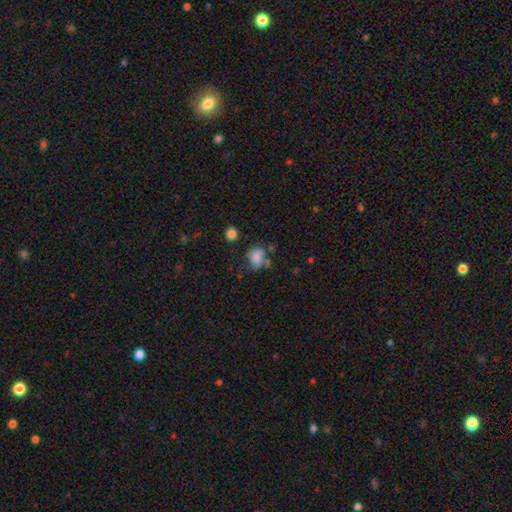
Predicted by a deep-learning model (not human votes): A smooth galaxy with no disk features (66%) that is in between round and cigar-shaped (61%).

Vote fractions:
- Smooth or featured? smooth: 66% / featured or disk: 22% / star or artifact: 12%
- How rounded? in between: 61% / round: 38% / cigar-shaped: 1%
- Merging? none: 41% / minor disturbance: 27% / major disturbance: 19% / merger: 12%